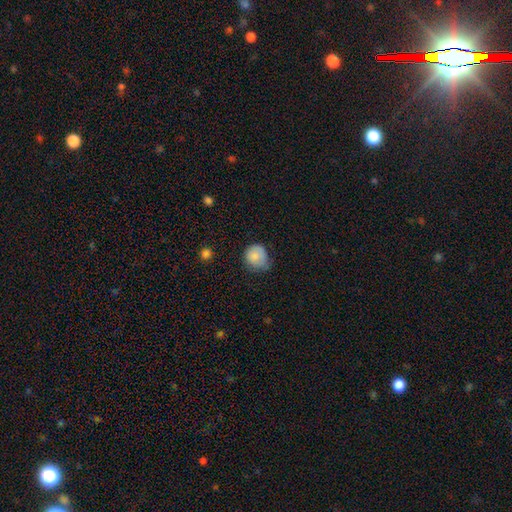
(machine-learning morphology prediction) smooth_or_featured: smooth (p=0.84) [alt: featured or disk p=0.09]
how_rounded: round (p=0.77) [alt: in between p=0.23]
merging: none (p=0.45) [alt: minor disturbance p=0.41]